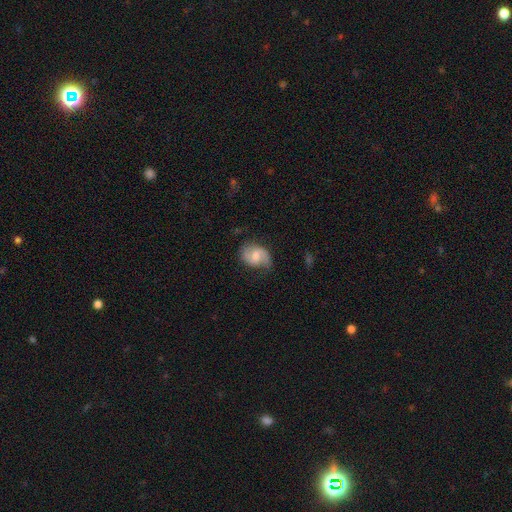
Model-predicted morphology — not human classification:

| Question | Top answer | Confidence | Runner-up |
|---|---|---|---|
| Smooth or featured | featured or disk | 70% | smooth (23%) |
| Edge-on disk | no | 98% | yes (2%) |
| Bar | weak | 53% | no (37%) |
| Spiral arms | yes | 94% | no (6%) |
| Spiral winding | medium | 47% | loose (37%) |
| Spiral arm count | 2 | 87% | can't tell (5%) |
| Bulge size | moderate | 42% | small (30%) |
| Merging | none | 70% | minor disturbance (21%) |